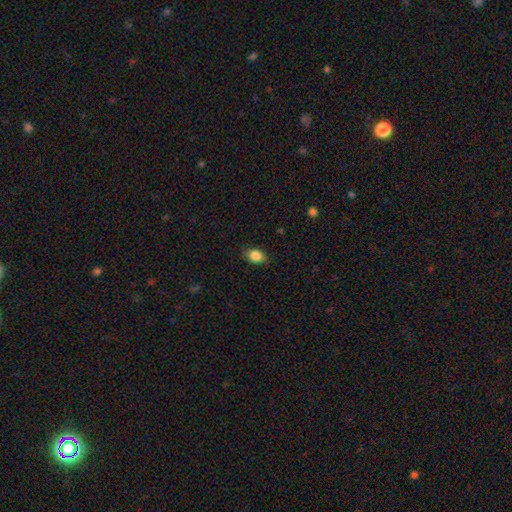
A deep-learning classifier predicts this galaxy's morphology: Smooth or featured? smooth (85%)
How rounded? in between (69%)
Merging? none (81%)